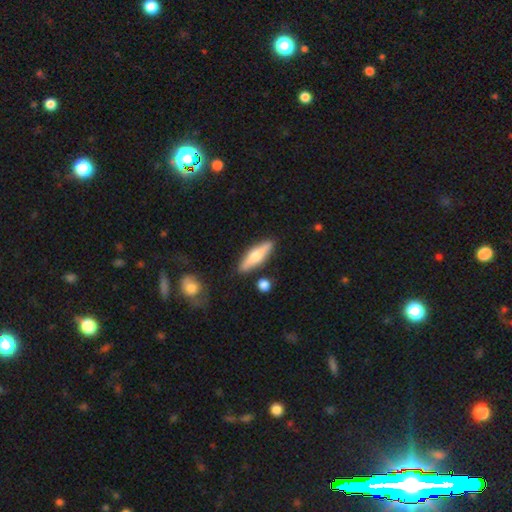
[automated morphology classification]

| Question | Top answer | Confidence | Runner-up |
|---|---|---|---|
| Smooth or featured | smooth | 49% | featured or disk (45%) |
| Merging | none | 86% | minor disturbance (9%) |